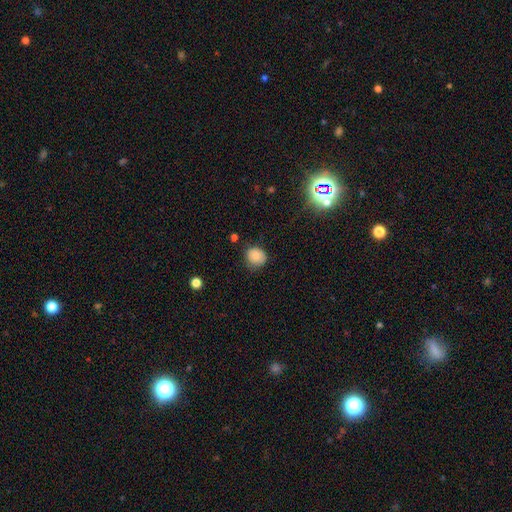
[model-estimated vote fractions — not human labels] Overall: smooth (80%). How rounded: round (77%). Merging: none (71%).